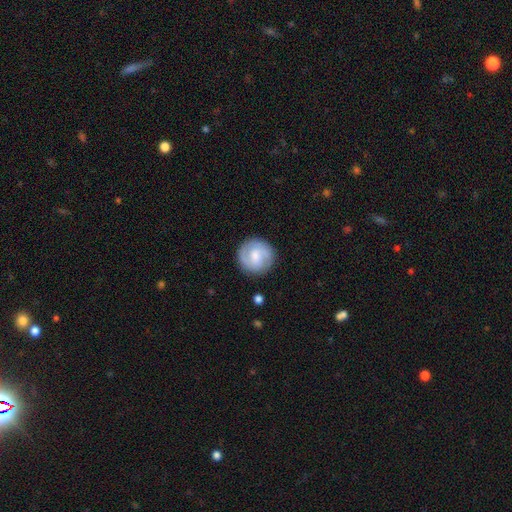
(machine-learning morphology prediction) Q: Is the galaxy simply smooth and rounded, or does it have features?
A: featured or disk — 58%.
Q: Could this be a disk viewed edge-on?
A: no — 98%.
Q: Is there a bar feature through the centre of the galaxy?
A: weak — 50%.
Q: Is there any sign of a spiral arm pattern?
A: yes — 88%.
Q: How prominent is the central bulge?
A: moderate — 46%.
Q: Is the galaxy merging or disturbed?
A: none — 86%.